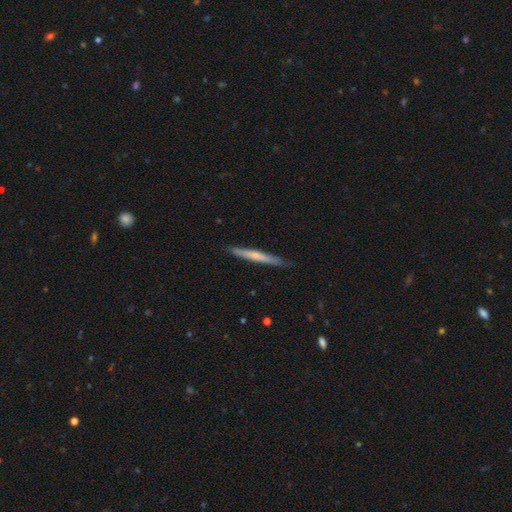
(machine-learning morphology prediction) smooth_or_featured: smooth (p=0.49) [alt: featured or disk p=0.46]
merging: none (p=0.86) [alt: minor disturbance p=0.11]